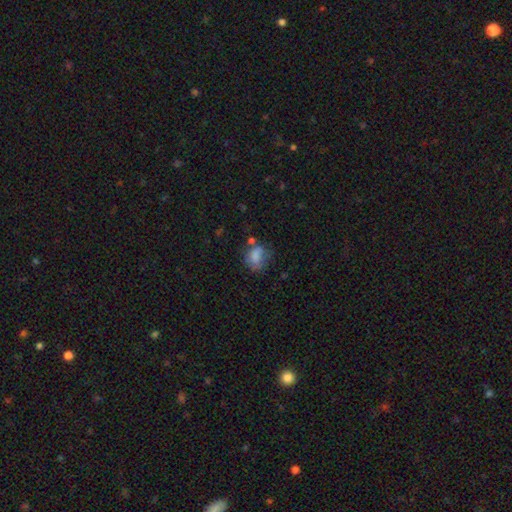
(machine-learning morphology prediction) This is likely a smooth galaxy (71%). How rounded: possibly in between (58%). Merging: marginally none (40%).